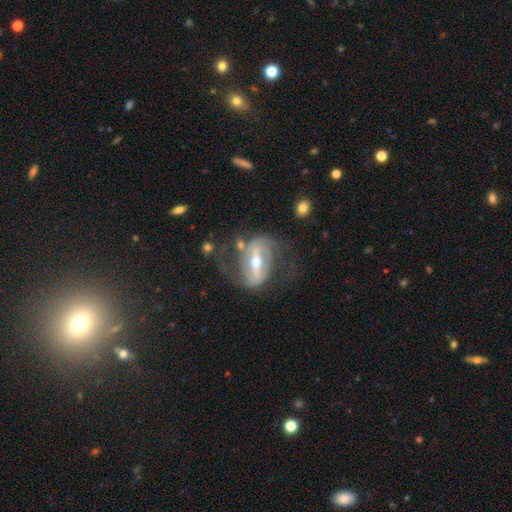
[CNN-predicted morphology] Smooth or featured? featured or disk (88%)
Edge-on disk? no (94%)
Bar? strong (66%)
Spiral arms? yes (92%)
Spiral winding? medium (44%)
Spiral arm count? 2 (86%)
Bulge size? moderate (65%)
Merging? none (59%)